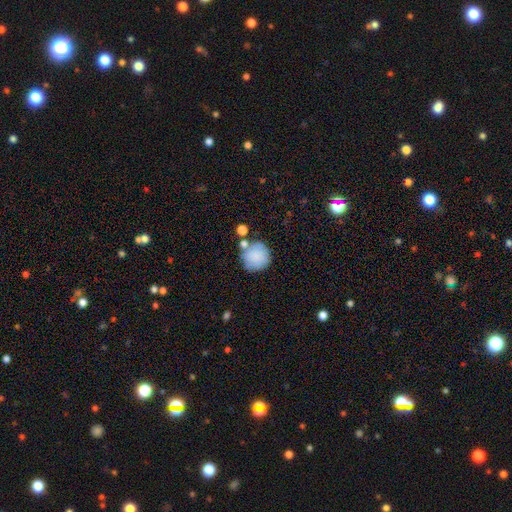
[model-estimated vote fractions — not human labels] smooth-or-featured: smooth: 82% | featured or disk: 10% | star or artifact: 8%
  how-rounded: round: 92% | in between: 7% | cigar-shaped: 1%
  merging: none: 66% | minor disturbance: 16% | merger: 13% | major disturbance: 6%